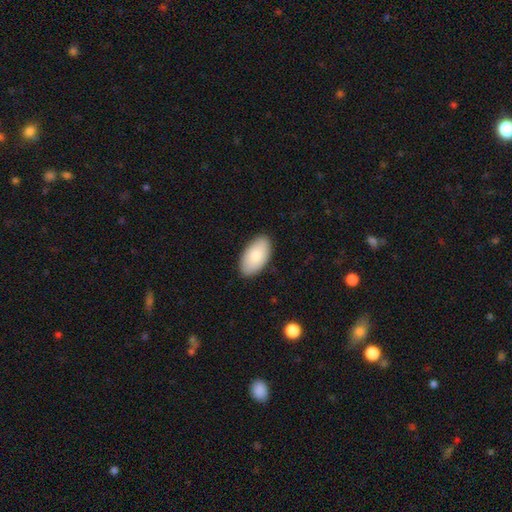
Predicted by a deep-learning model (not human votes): A smooth galaxy with no disk features (84%) that is in between round and cigar-shaped (96%). Merging: none (88%).